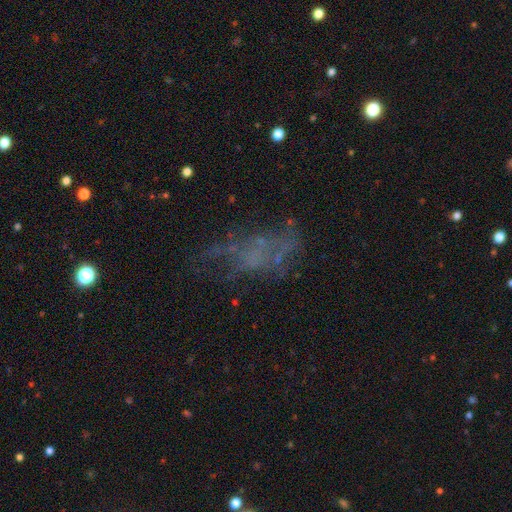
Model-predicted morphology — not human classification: Smooth or featured: featured or disk — 48% (smooth — 27%)
Merging: none — 44% (major disturbance — 33%)